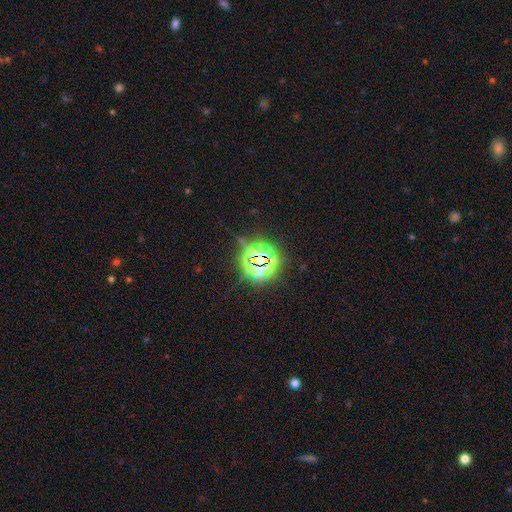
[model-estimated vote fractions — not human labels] smooth-or-featured: star or artifact: 83% | smooth: 10% | featured or disk: 8%